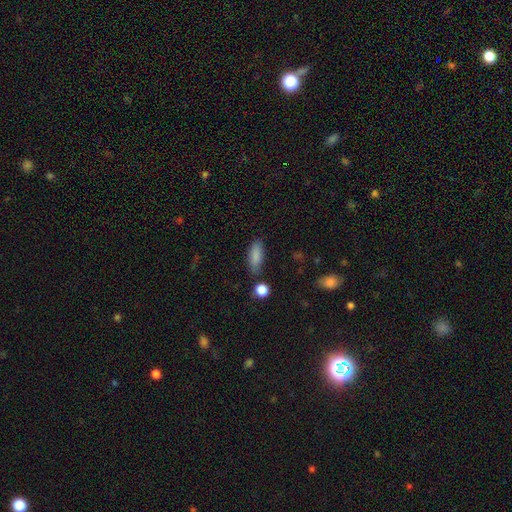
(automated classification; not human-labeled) Q: Smooth or featured?
A: smooth (85%); runner-up: star or artifact (7%)
Q: How rounded?
A: in between (72%); runner-up: cigar-shaped (25%)
Q: Merging?
A: none (77%); runner-up: minor disturbance (15%)